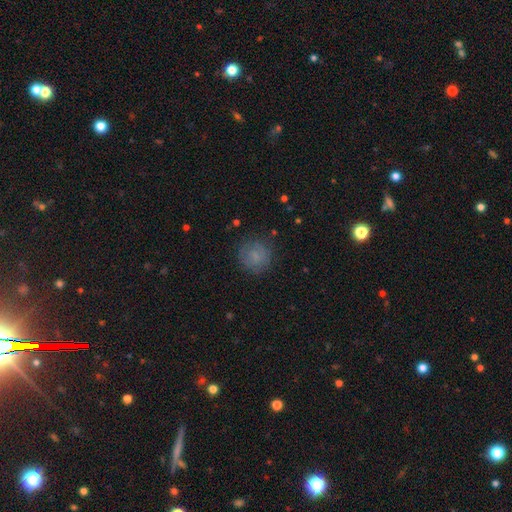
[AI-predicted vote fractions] Overall: smooth (71%). How rounded: round (90%). Merging: none (78%).